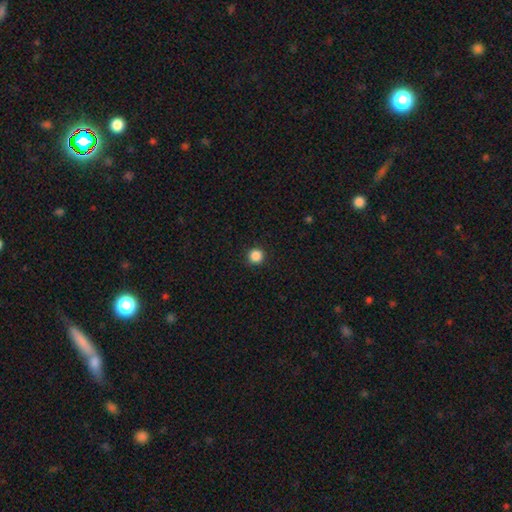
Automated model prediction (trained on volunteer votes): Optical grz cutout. It shows a smooth galaxy with no disk features (87%) that is round (96%). Merging: none (93%).